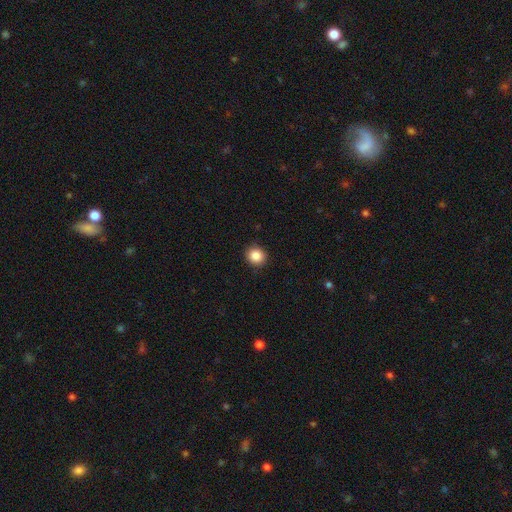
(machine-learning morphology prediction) A smooth galaxy with no disk features (87%) that is round (87%).

Vote fractions:
- Smooth or featured? smooth: 87% / star or artifact: 9% / featured or disk: 3%
- How rounded? round: 87% / in between: 12% / cigar-shaped: 1%
- Merging? none: 91% / minor disturbance: 6% / major disturbance: 2% / merger: 1%